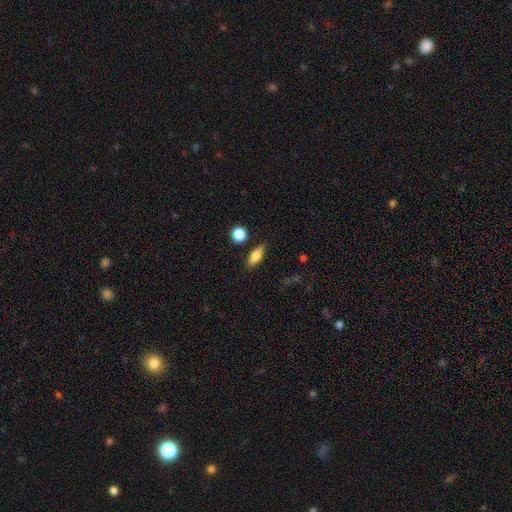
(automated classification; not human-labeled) This appears to be a smooth galaxy with no disk features (68%) that is in between round and cigar-shaped (66%). Merging: none (84%).